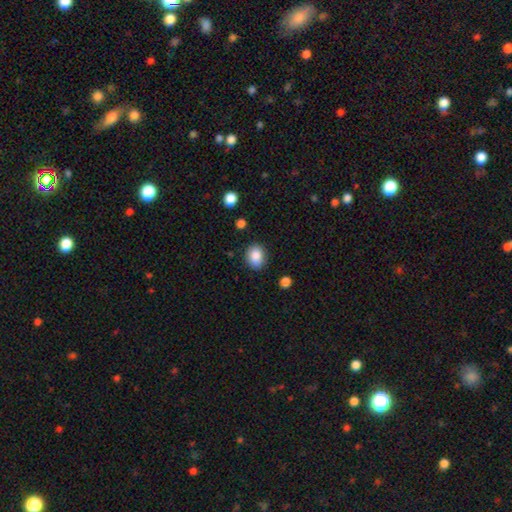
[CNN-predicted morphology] smooth-or-featured: smooth: 86% | star or artifact: 9% | featured or disk: 5%
  how-rounded: round: 54% | in between: 45% | cigar-shaped: 1%
  merging: none: 84% | minor disturbance: 12% | major disturbance: 3% | merger: 2%